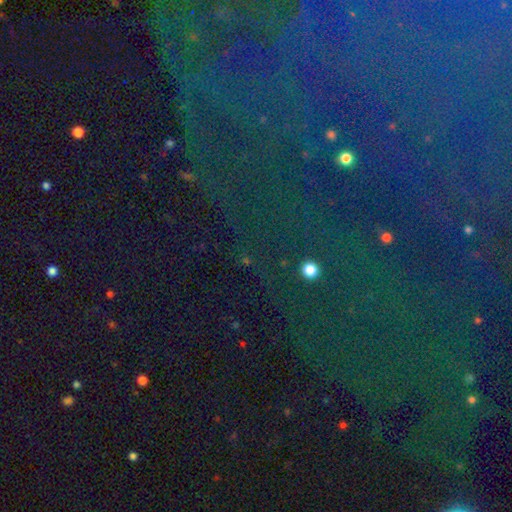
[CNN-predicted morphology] Smooth or featured?
  - star or artifact: 84% *
  - smooth: 8%
  - featured or disk: 8%